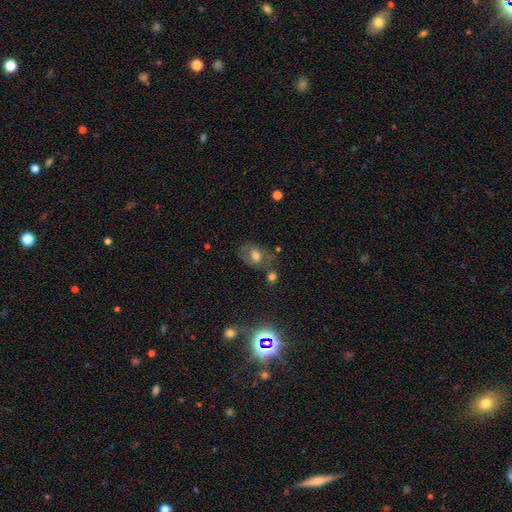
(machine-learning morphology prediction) This appears to be a smooth galaxy with no disk features (54%) that is in between round and cigar-shaped (74%). Merging: none (53%).